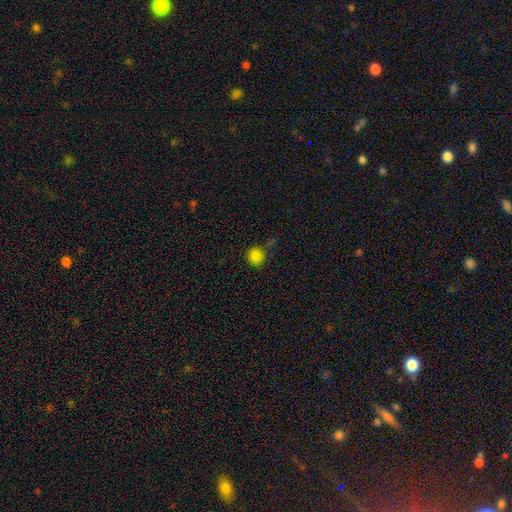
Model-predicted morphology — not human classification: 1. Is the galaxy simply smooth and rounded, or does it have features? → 84% smooth, 13% star or artifact, 3% featured or disk.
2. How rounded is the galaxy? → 90% round, 9% in between, 1% cigar-shaped.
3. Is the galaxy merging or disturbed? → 76% none, 11% minor disturbance, 9% merger, 3% major disturbance.